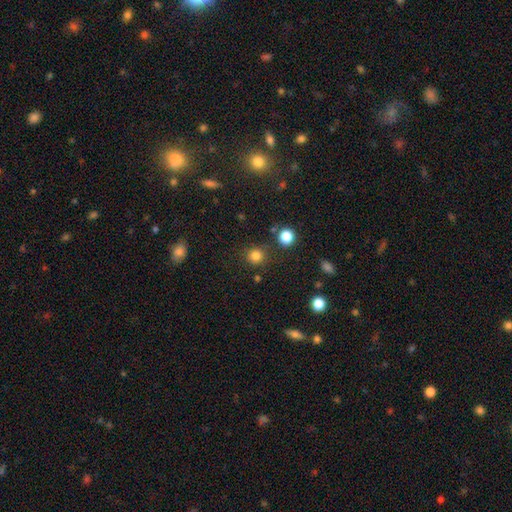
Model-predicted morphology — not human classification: smooth-or-featured: smooth: 82% | star or artifact: 14% | featured or disk: 4%
  how-rounded: round: 92% | in between: 7% | cigar-shaped: 1%
  merging: none: 85% | minor disturbance: 8% | merger: 4% | major disturbance: 3%